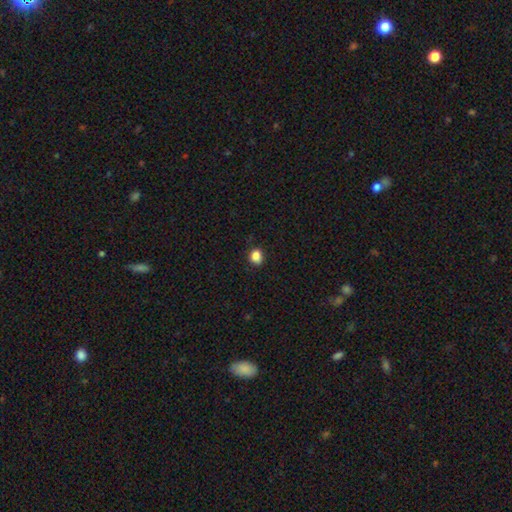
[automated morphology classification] Smooth or featured: smooth — 84% (star or artifact — 12%)
How rounded: round — 64% (in between — 35%)
Merging: none — 82% (minor disturbance — 14%)